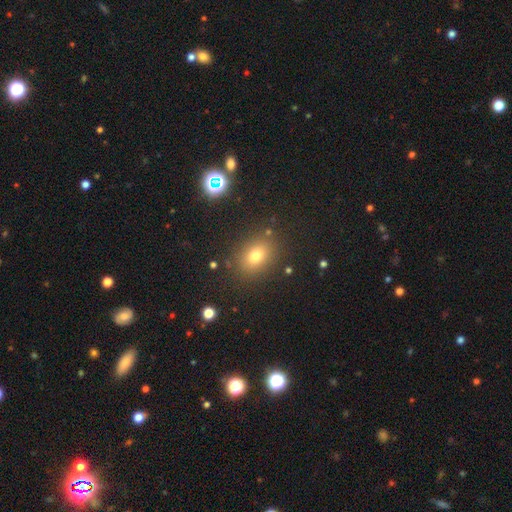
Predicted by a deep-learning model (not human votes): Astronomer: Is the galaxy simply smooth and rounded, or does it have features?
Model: smooth — 73%.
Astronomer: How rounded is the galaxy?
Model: in between — 61% (runner-up: round, 37%).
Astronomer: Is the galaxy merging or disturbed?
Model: none — 85%.